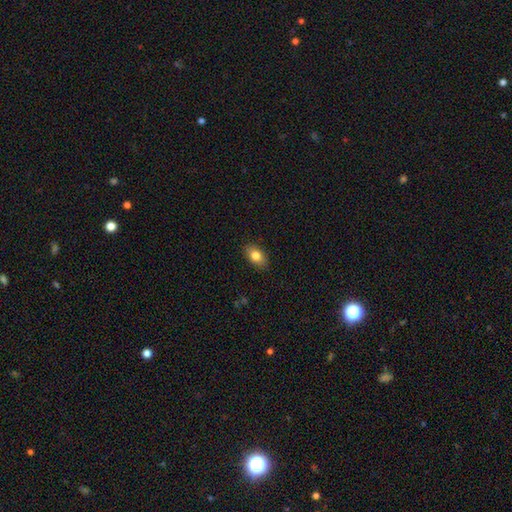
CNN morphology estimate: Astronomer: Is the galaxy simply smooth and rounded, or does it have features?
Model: smooth — 81%.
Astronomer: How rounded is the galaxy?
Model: in between — 89%.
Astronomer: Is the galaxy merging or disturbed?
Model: none — 88%.